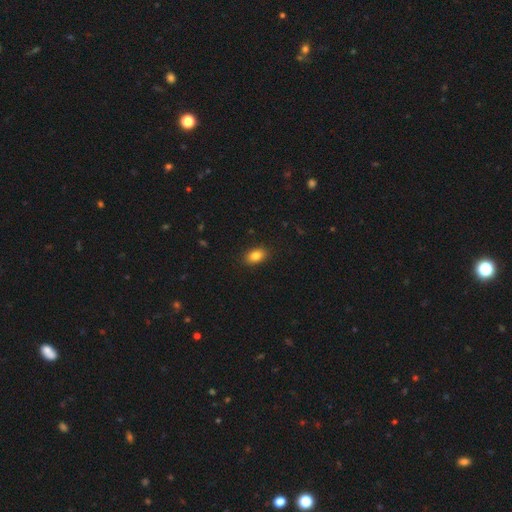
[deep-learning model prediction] Smooth or featured?
  - smooth: 84% *
  - star or artifact: 9%
  - featured or disk: 7%
How rounded?
  - in between: 85% *
  - round: 13%
  - cigar-shaped: 2%
Merging?
  - none: 89% *
  - minor disturbance: 8%
  - major disturbance: 2%
  - merger: 1%